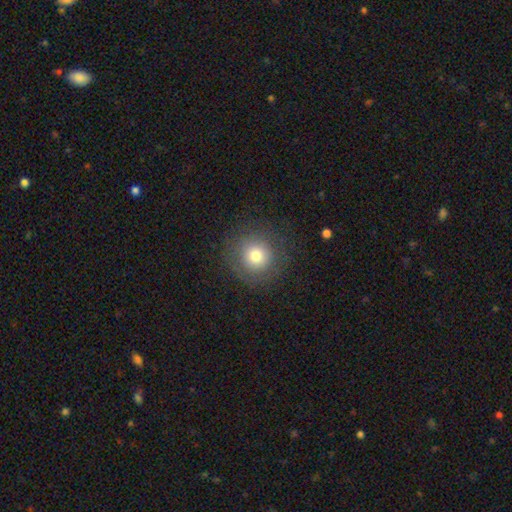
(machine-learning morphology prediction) Smooth or featured: smooth — 75% (featured or disk — 13%)
How rounded: round — 94% (in between — 5%)
Merging: none — 85% (minor disturbance — 9%)